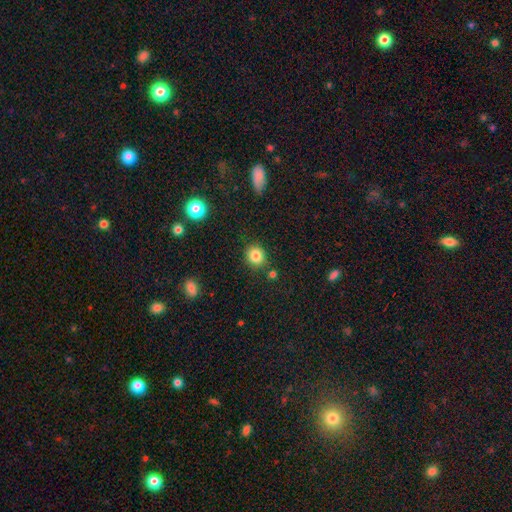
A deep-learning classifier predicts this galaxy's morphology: Smooth or featured? Predicted: smooth (p=0.83). How rounded? Predicted: round (p=0.83). Merging? Predicted: none (p=0.83).